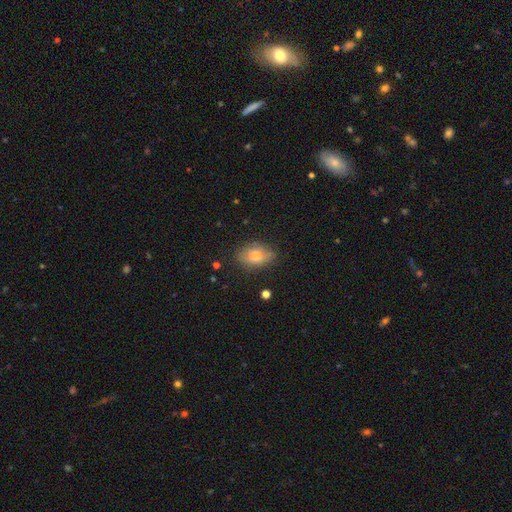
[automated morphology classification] This is likely a smooth galaxy (70%). How rounded: clearly in between (84%). Merging: likely none (75%).